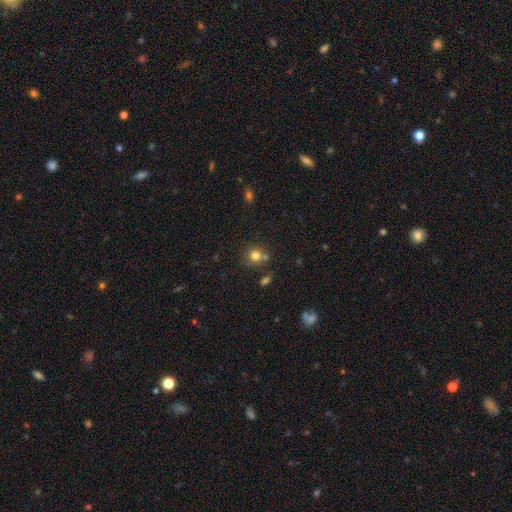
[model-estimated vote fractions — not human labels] Smooth or featured? Predicted: smooth (p=0.77). How rounded? Predicted: round (p=0.86). Merging? Predicted: none (p=0.64).